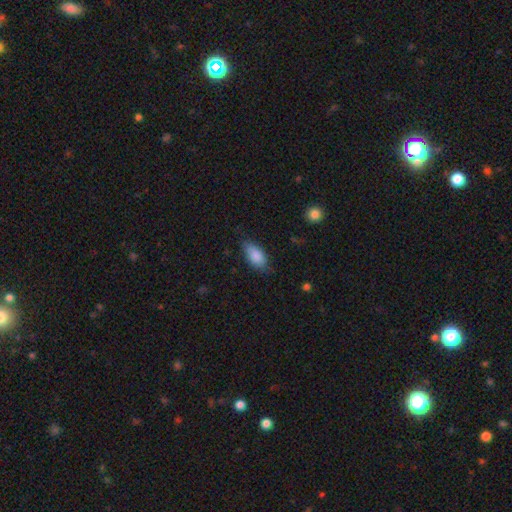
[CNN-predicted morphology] A smooth galaxy with no disk features (87%) that is in between round and cigar-shaped (89%). Merging: none (70%).